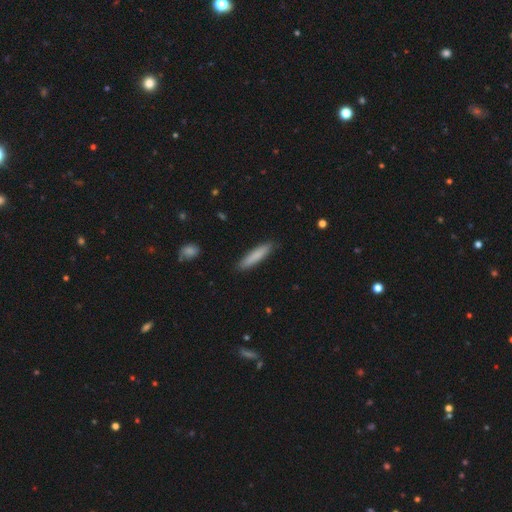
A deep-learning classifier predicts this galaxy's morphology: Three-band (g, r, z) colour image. It shows a smooth galaxy with no disk features (83%) that is cigar-shaped (88%). Merging: none (89%).